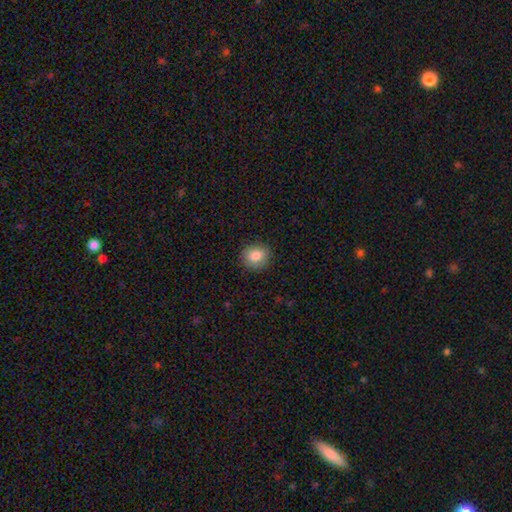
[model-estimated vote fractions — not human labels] This appears to be a smooth galaxy with no disk features (84%) that is round (74%). Merging: none (88%).